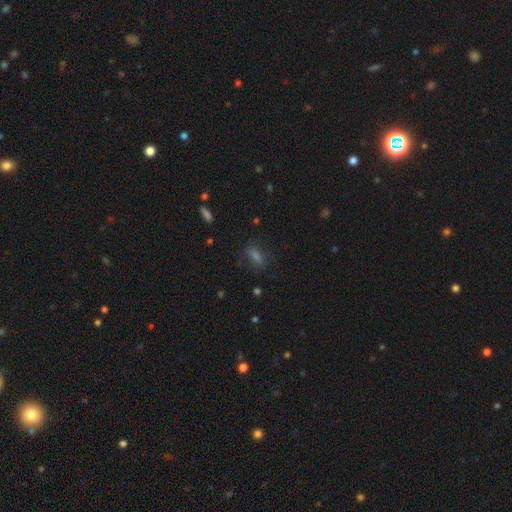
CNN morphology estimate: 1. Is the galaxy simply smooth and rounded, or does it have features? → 57% smooth, 27% star or artifact, 16% featured or disk.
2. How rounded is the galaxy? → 58% in between, 33% cigar-shaped, 9% round.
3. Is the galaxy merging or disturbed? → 77% none, 14% minor disturbance, 7% major disturbance, 2% merger.